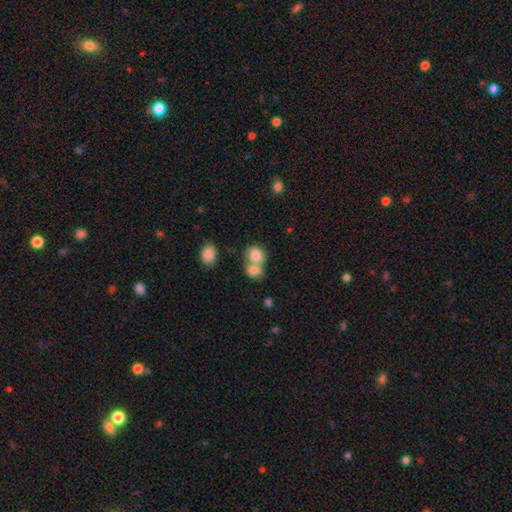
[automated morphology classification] A smooth galaxy with no disk features (82%) that is round (57%). Merging: merger (58%).